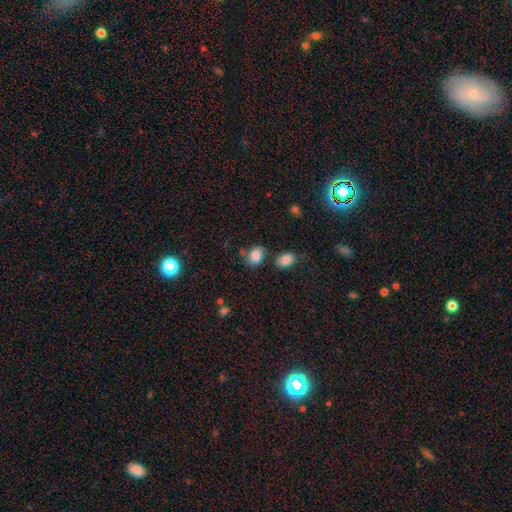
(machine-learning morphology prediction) Smooth or featured: smooth — 79% (featured or disk — 12%)
How rounded: in between — 56% (round — 42%)
Merging: none — 53% (minor disturbance — 24%)